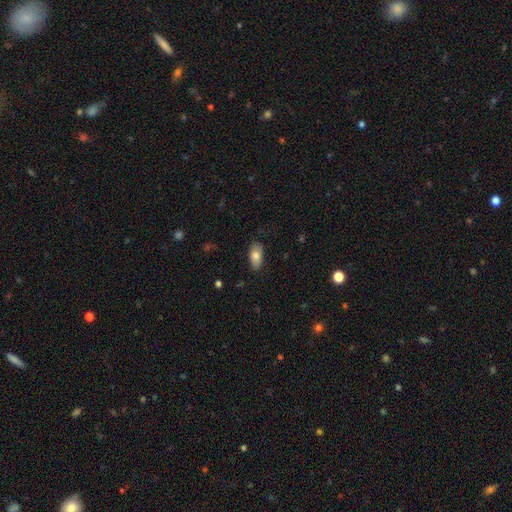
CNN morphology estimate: type=smooth (79%); roundness=in between (91%); merging=none (84%).